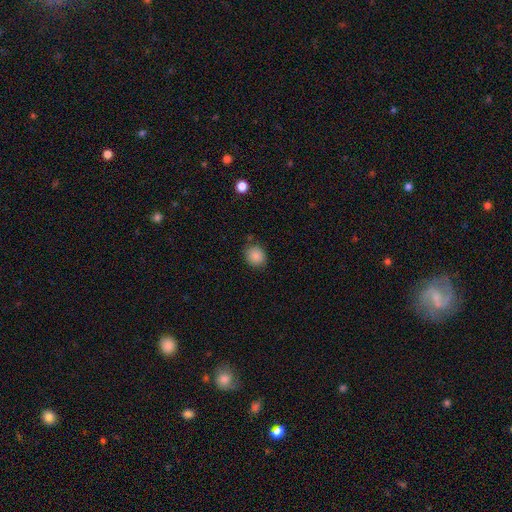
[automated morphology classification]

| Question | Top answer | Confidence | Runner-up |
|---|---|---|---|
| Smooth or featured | smooth | 87% | star or artifact (9%) |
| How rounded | round | 73% | in between (26%) |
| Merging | none | 79% | minor disturbance (15%) |